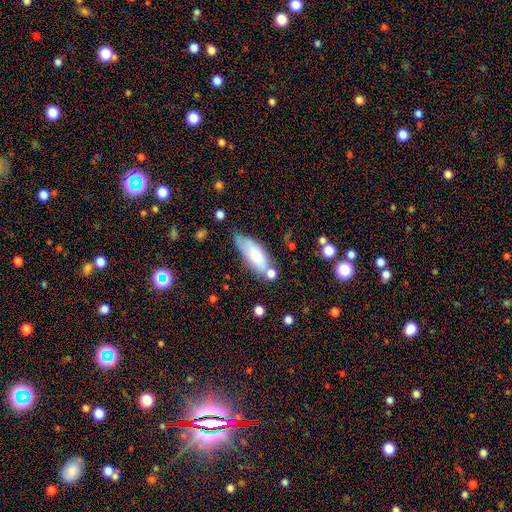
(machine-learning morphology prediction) A smooth galaxy with no disk features (71%) that is in between round and cigar-shaped (72%). Merging: none (51%).